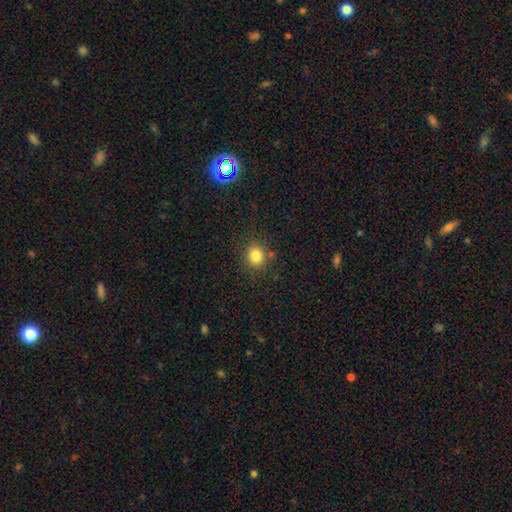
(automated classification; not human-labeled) This is clearly a smooth galaxy (82%). How rounded: clearly round (81%). Merging: clearly none (83%).